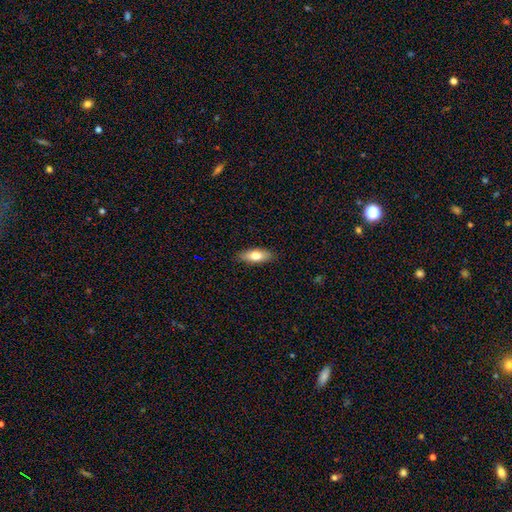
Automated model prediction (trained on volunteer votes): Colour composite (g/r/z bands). It shows a smooth galaxy with no disk features (74%) that is in between round and cigar-shaped (72%). Merging: none (89%).